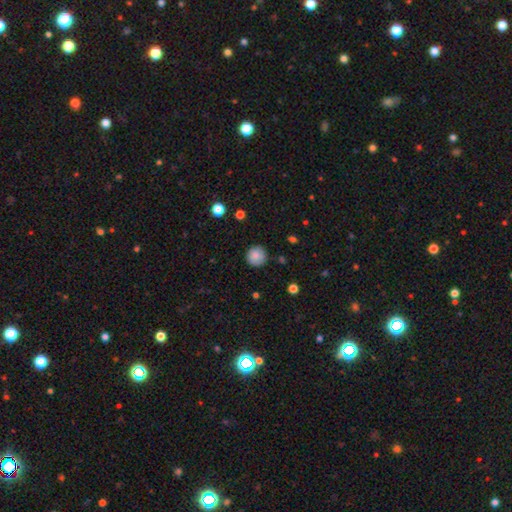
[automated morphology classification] This is clearly a smooth galaxy (85%). How rounded: clearly round (94%). Merging: clearly none (87%).